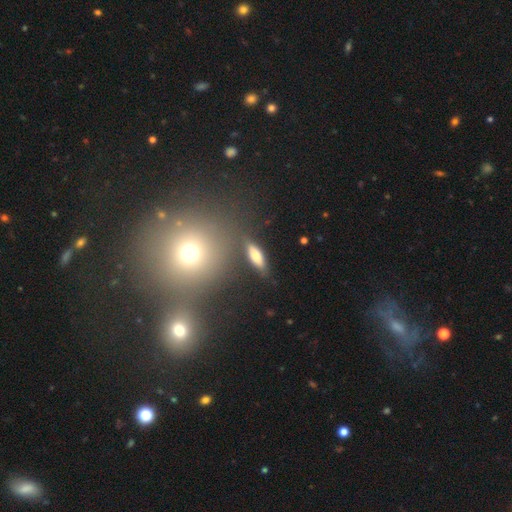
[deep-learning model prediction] This is likely a smooth galaxy (72%). How rounded: likely in between (63%). Merging: likely none (77%).